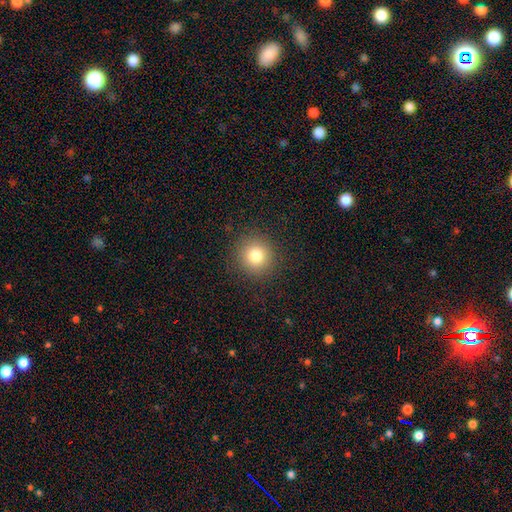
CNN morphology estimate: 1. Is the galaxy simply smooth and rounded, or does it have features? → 80% smooth, 12% star or artifact, 8% featured or disk.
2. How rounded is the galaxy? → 93% round, 6% in between, 1% cigar-shaped.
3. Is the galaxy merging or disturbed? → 90% none, 6% minor disturbance, 3% major disturbance, 1% merger.